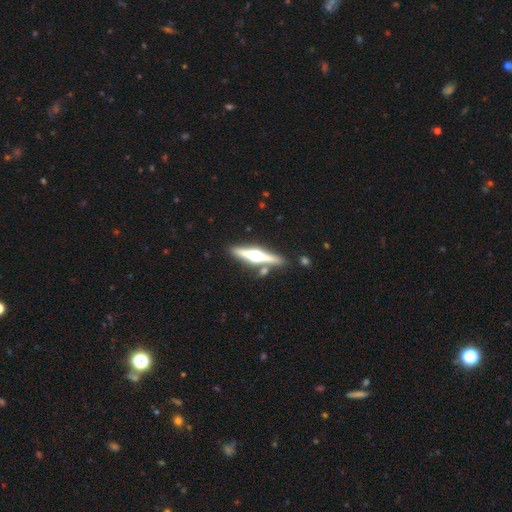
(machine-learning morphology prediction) Smooth or featured?
  - featured or disk: 75% *
  - smooth: 19%
  - star or artifact: 6%
Edge-on disk?
  - yes: 97% *
  - no: 3%
Edge-on bulge?
  - rounded: 94% *
  - boxy: 4%
  - none: 2%
Merging?
  - none: 83% *
  - minor disturbance: 9%
  - merger: 6%
  - major disturbance: 2%